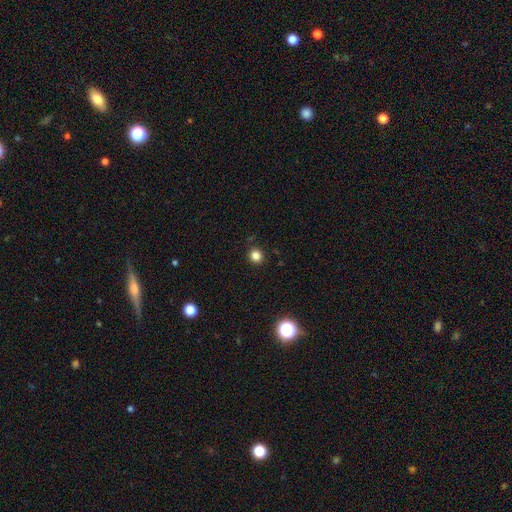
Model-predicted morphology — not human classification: Q: Smooth or featured?
A: smooth (82%); runner-up: star or artifact (14%)
Q: How rounded?
A: round (91%); runner-up: in between (8%)
Q: Merging?
A: none (91%); runner-up: minor disturbance (6%)